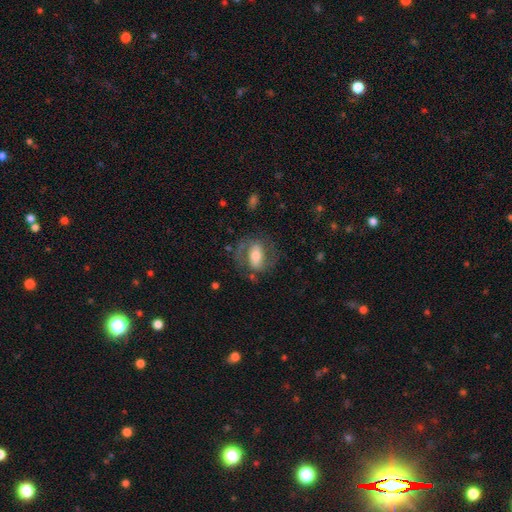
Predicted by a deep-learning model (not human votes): Overall: featured or disk (60%; smooth 33%). Edge-on disk: no (95%). Bar: strong (38%; weak 34%). Spiral arms: yes (75%). Bulge size: moderate (56%; large 21%). Merging: none (65%).